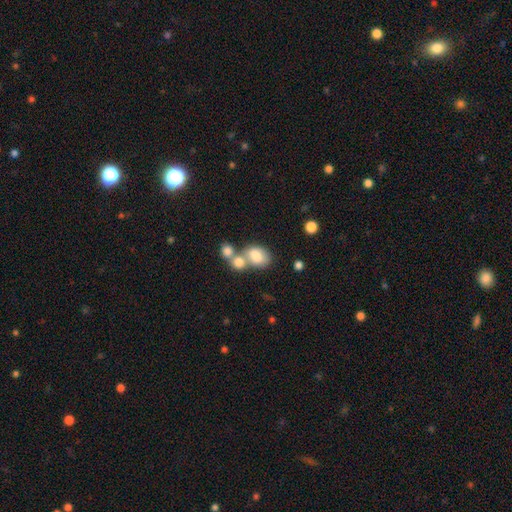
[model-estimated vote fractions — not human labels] Overall: smooth (77%). How rounded: in between (70%). Merging: merger (56%; none 28%).